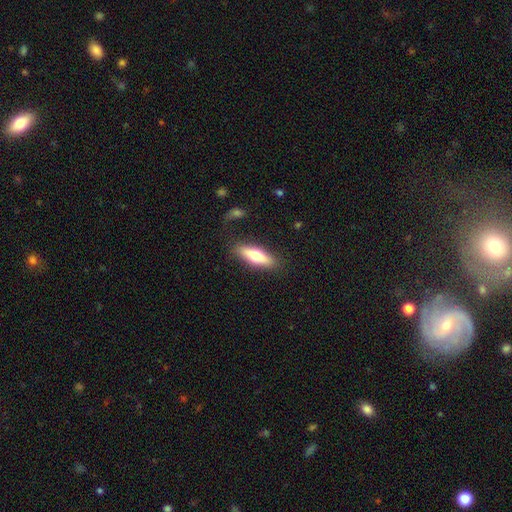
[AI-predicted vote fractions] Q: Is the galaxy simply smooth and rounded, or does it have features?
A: smooth — 60%.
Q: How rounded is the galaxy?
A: cigar-shaped — 53%.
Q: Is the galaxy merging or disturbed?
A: none — 83%.